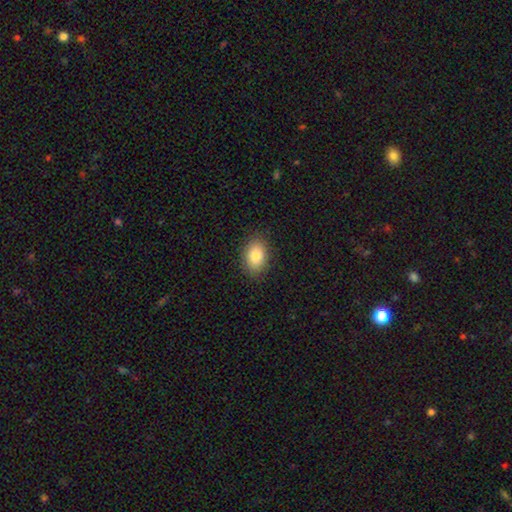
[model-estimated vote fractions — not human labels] smooth_or_featured: smooth (p=0.83) [alt: featured or disk p=0.09]
how_rounded: in between (p=0.82) [alt: round p=0.17]
merging: none (p=0.87) [alt: minor disturbance p=0.09]